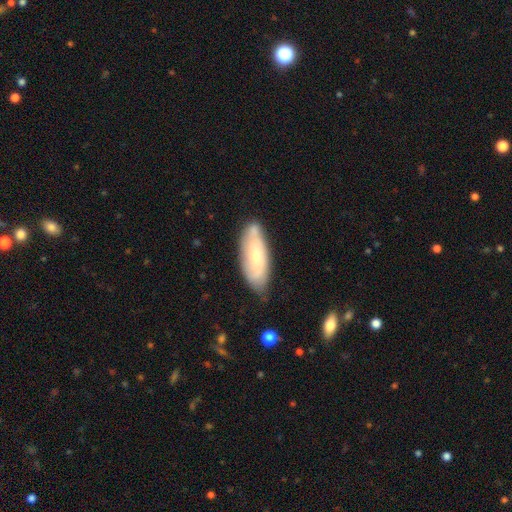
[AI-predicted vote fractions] smooth-or-featured: smooth: 50% | featured or disk: 44% | star or artifact: 6%
  merging: none: 69% | minor disturbance: 22% | merger: 5% | major disturbance: 4%